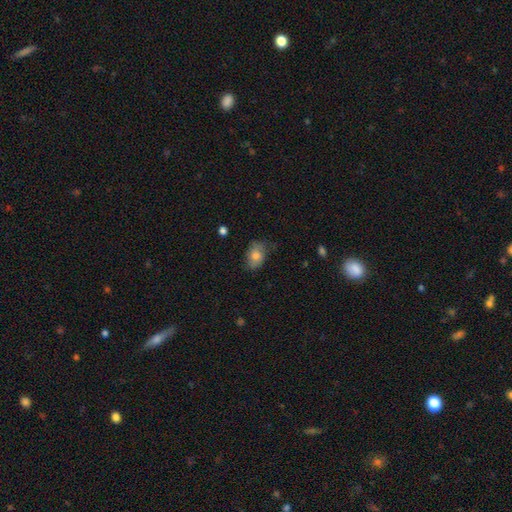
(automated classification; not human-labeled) A smooth galaxy with no disk features (74%) that is in between round and cigar-shaped (73%). Merging: none (65%).